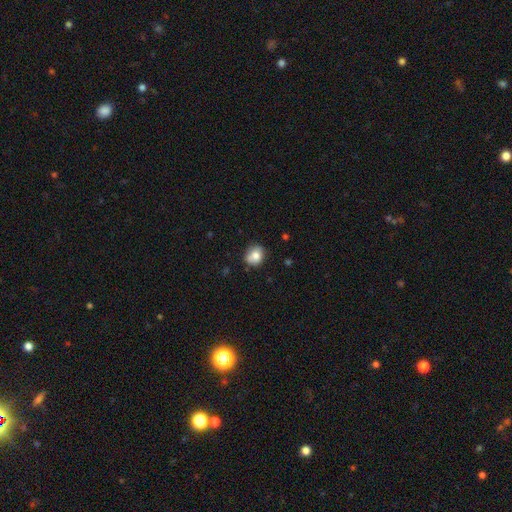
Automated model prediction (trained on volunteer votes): Smooth or featured? smooth (77%)
How rounded? round (67%)
Merging? none (70%)